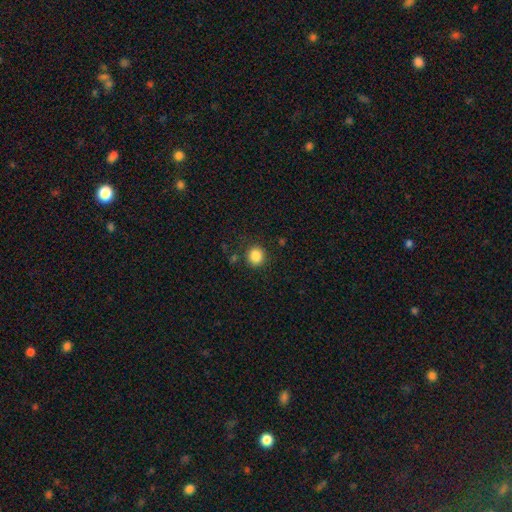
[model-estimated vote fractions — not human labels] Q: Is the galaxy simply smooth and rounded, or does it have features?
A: smooth — 86%.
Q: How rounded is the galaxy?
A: round — 89%.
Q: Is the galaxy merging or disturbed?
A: none — 87%.